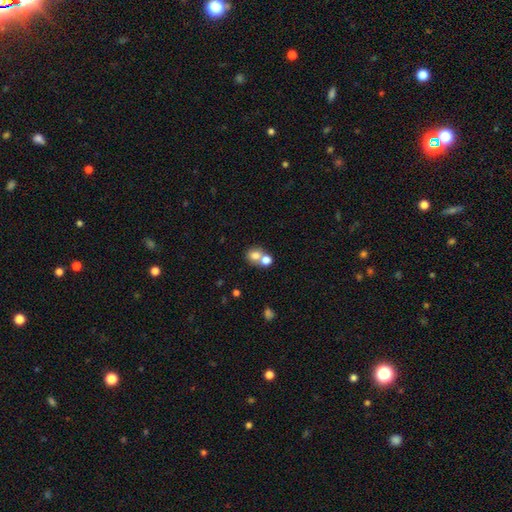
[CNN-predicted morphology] Q: Smooth or featured?
A: smooth (75%); runner-up: featured or disk (14%)
Q: How rounded?
A: round (69%); runner-up: in between (30%)
Q: Merging?
A: merger (57%); runner-up: none (34%)